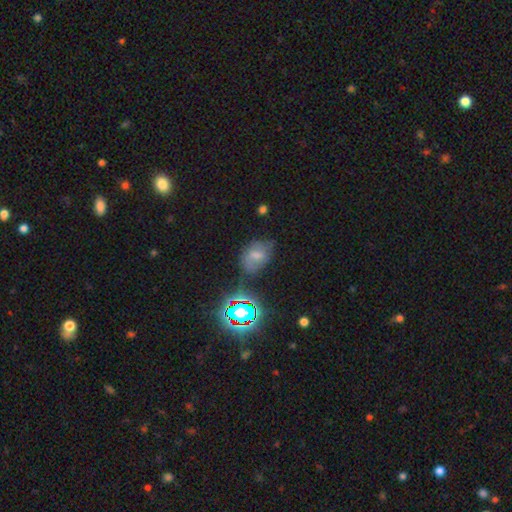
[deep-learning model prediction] smooth-or-featured: smooth: 51% | featured or disk: 29% | star or artifact: 20%
  how-rounded: in between: 76% | round: 22% | cigar-shaped: 2%
  merging: none: 53% | minor disturbance: 28% | major disturbance: 13% | merger: 6%